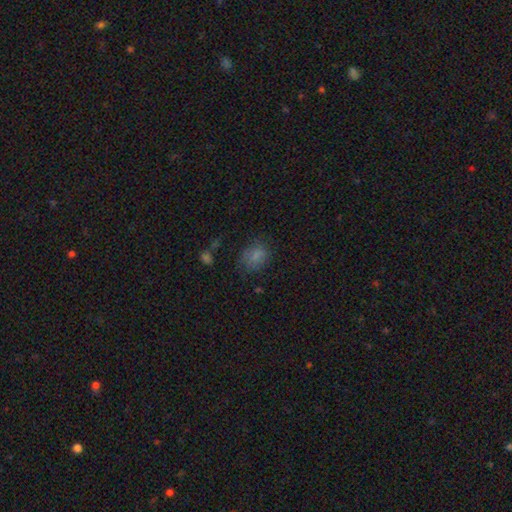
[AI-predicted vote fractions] This is likely a smooth galaxy (77%). How rounded: possibly in between (51%). Merging: likely none (68%).